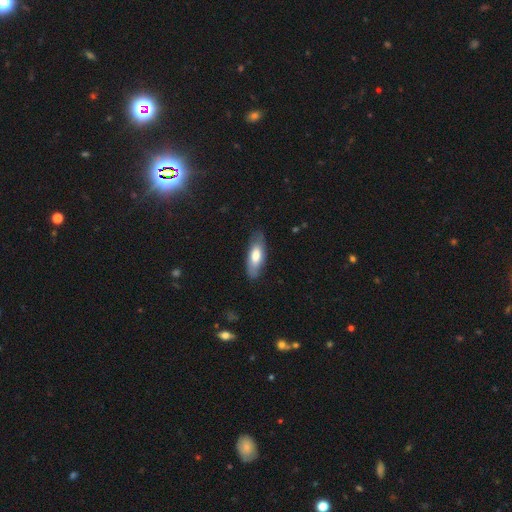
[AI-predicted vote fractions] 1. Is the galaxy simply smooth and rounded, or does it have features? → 71% smooth, 23% featured or disk, 6% star or artifact.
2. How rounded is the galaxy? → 68% in between, 30% cigar-shaped, 2% round.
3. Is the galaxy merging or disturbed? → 80% none, 16% minor disturbance, 3% major disturbance, 1% merger.